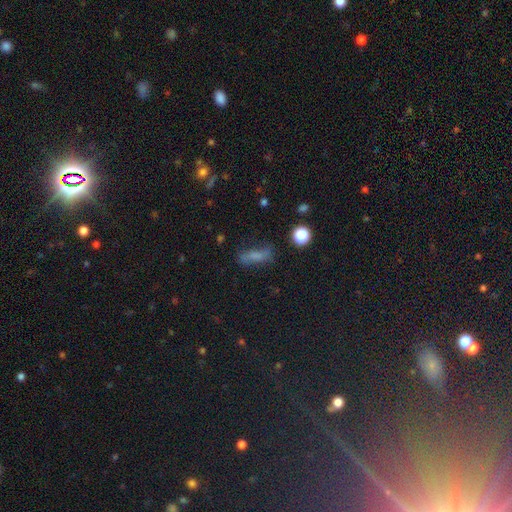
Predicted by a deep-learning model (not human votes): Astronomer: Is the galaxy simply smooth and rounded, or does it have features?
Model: smooth — 61%.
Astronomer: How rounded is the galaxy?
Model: in between — 50% (runner-up: cigar-shaped, 42%).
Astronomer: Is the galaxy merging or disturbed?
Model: none — 57%.